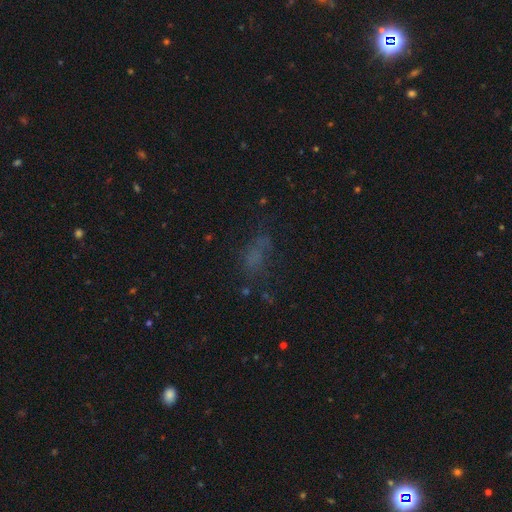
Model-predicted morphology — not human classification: A smooth galaxy with no disk features (50%). Merging: none (51%).